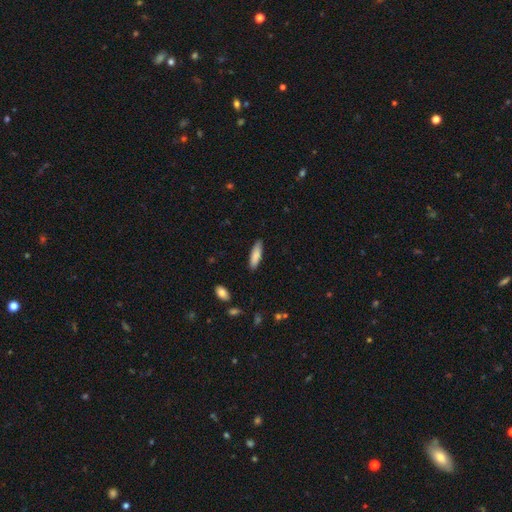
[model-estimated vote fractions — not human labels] A smooth galaxy with no disk features (85%) that is cigar-shaped (63%). Merging: none (87%).